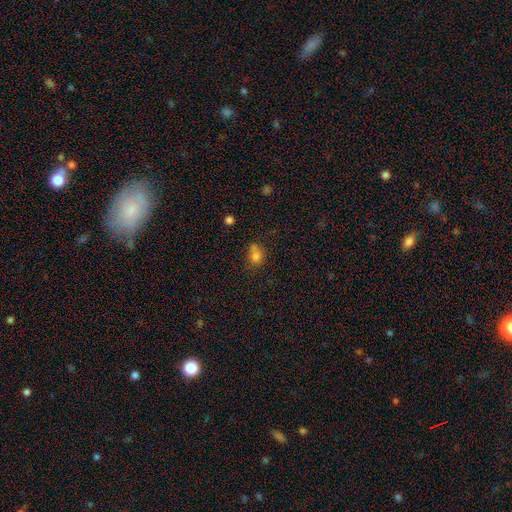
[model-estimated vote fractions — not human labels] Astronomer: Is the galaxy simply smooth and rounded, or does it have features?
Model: smooth — 78%.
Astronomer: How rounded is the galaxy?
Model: round — 60% (runner-up: in between, 39%).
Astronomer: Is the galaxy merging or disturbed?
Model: none — 50%.